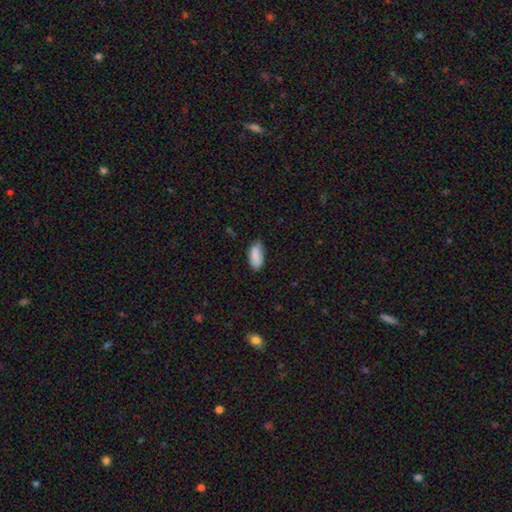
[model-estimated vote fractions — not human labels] Morphology: type=smooth (85%); roundness=in between (89%); merging=none (64%).